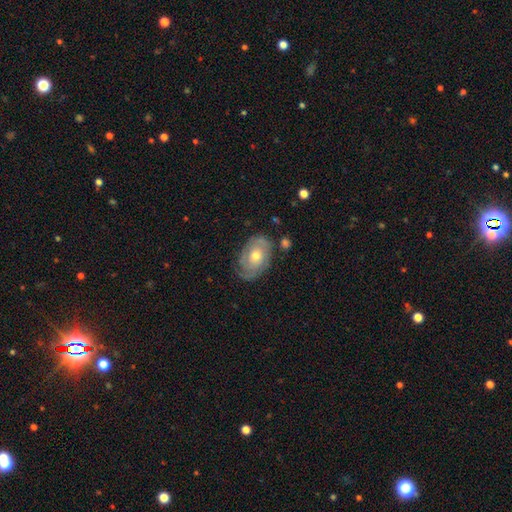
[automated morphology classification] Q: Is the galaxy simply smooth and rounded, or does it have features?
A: featured or disk — 60%.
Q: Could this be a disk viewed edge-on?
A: no — 94%.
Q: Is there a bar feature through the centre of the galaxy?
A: no — 84%.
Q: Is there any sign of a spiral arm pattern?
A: yes — 73%.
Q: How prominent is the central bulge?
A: moderate — 67%.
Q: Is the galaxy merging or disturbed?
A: none — 67%.